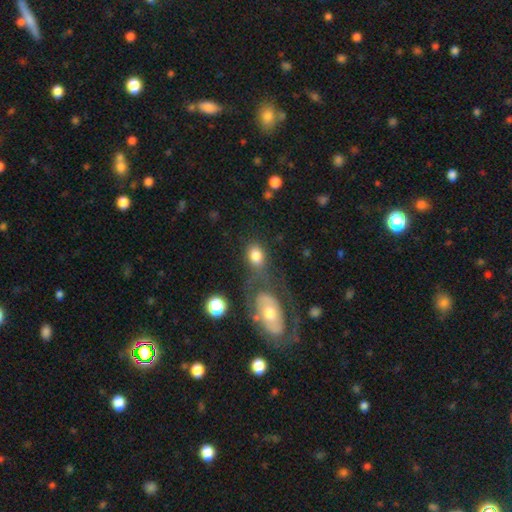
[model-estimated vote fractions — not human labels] Smooth or featured: smooth — 77% (featured or disk — 14%)
How rounded: in between — 65% (round — 33%)
Merging: none — 49% (merger — 25%)